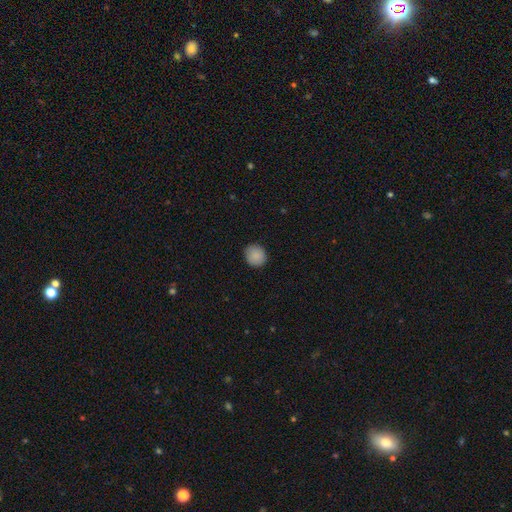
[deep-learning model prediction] A smooth galaxy with no disk features (88%) that is round (87%).

Vote fractions:
- Smooth or featured? smooth: 88% / star or artifact: 8% / featured or disk: 4%
- How rounded? round: 87% / in between: 12% / cigar-shaped: 1%
- Merging? none: 89% / minor disturbance: 8% / major disturbance: 2% / merger: 1%